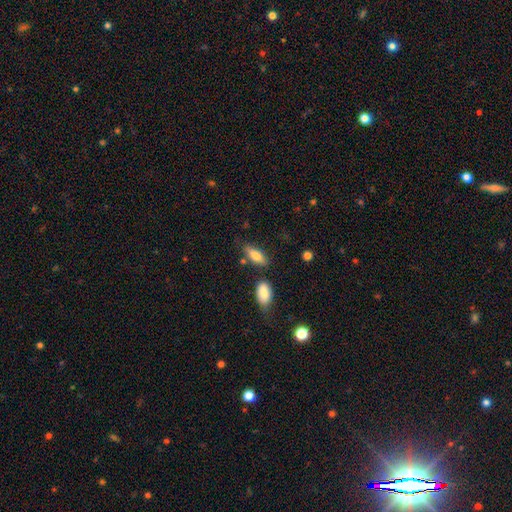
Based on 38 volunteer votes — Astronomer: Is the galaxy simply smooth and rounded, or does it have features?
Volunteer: smooth — 76%.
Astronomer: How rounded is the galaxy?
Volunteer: in between — 90%.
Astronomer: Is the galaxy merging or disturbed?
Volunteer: none — 69%.